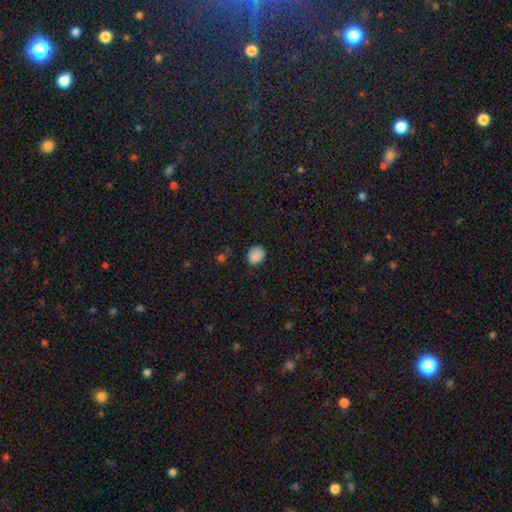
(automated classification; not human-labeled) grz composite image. It shows a smooth galaxy with no disk features (86%) that is round (58%). Merging: none (77%).